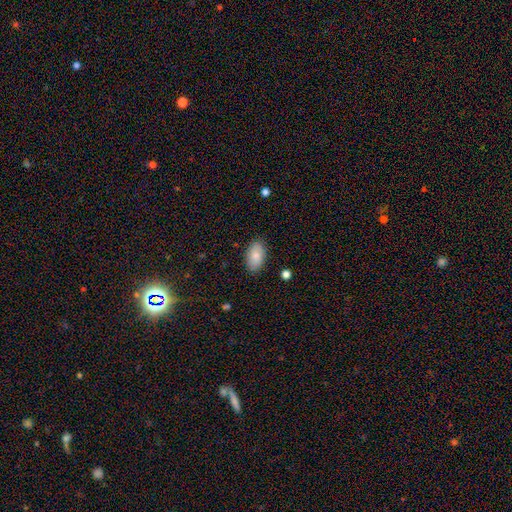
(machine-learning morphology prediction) smooth 84%, featured or disk 10%, star or artifact 6%. Down the decision tree: how rounded — in between (94%); merging — none (86%).